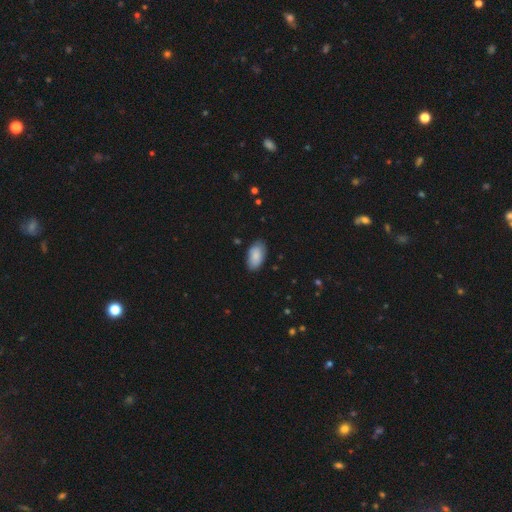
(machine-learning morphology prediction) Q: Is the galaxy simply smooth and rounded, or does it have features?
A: smooth — 87%.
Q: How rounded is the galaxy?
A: in between — 95%.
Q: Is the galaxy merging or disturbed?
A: none — 81%.